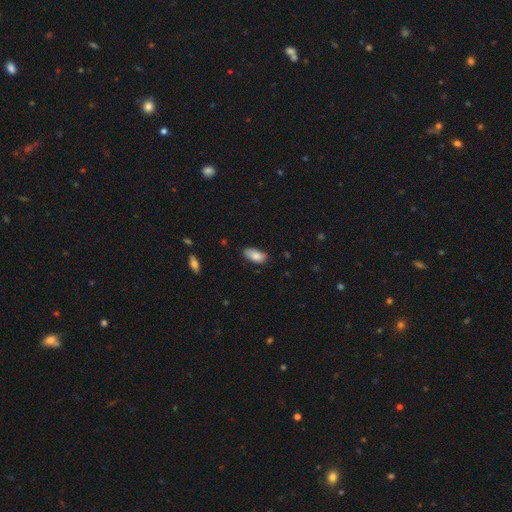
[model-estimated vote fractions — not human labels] This appears to be a smooth galaxy with no disk features (87%) that is in between round and cigar-shaped (90%). Merging: none (79%).